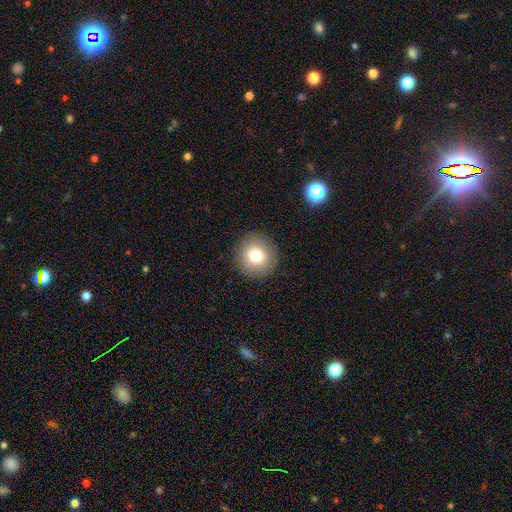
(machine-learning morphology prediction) A smooth galaxy with no disk features (78%) that is round (95%).

Vote fractions:
- Smooth or featured? smooth: 78% / featured or disk: 11% / star or artifact: 11%
- How rounded? round: 95% / in between: 4% / cigar-shaped: 1%
- Merging? none: 91% / minor disturbance: 6% / major disturbance: 2% / merger: 1%